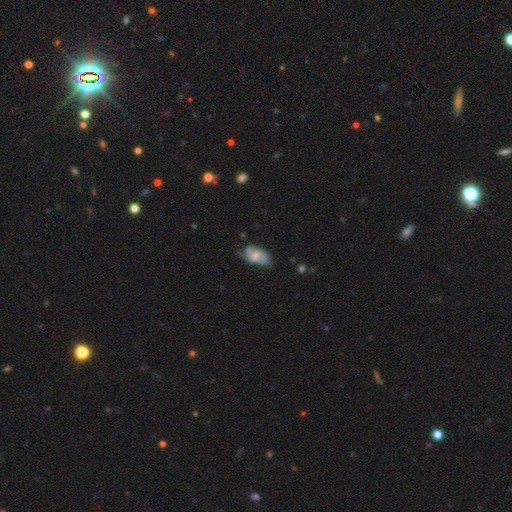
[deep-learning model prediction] Q: Smooth or featured?
A: featured or disk (50%); runner-up: smooth (43%)
Q: Merging?
A: none (55%); runner-up: minor disturbance (31%)